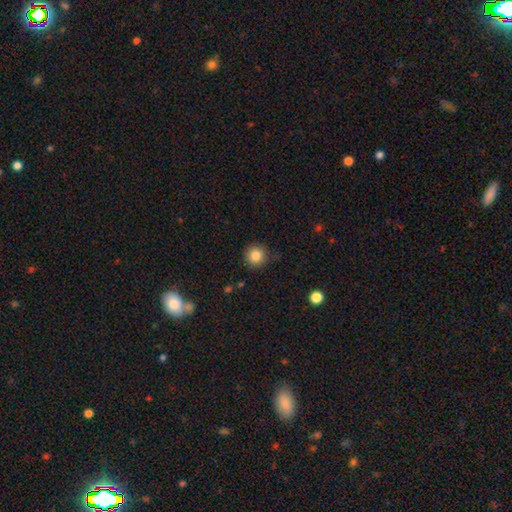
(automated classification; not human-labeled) smooth 84%, star or artifact 10%, featured or disk 6%. Down the decision tree: how rounded — round (94%); merging — none (86%).